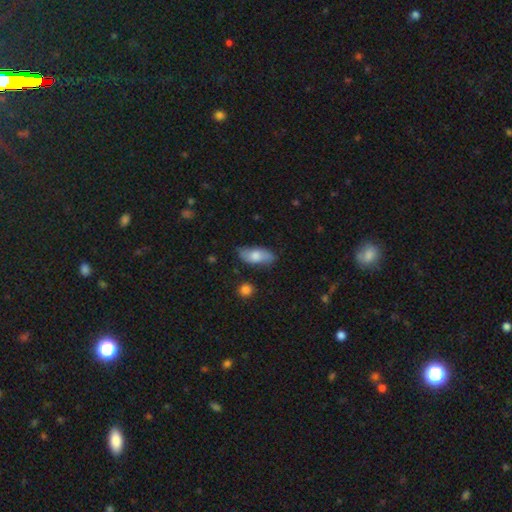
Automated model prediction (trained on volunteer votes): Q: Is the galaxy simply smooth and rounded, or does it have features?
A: smooth — 67%.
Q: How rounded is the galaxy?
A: in between — 79%.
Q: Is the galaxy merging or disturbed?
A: none — 80%.